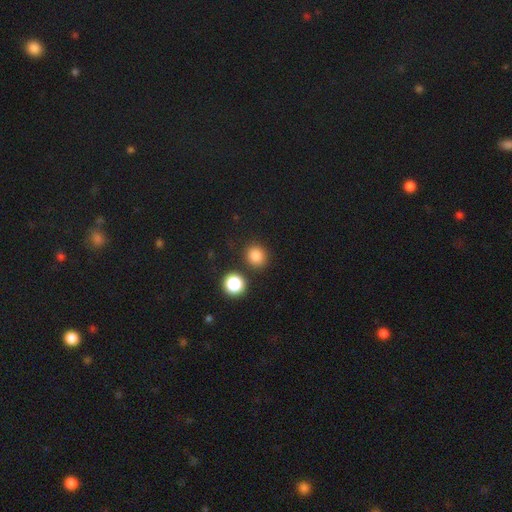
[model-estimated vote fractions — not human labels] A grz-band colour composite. It shows a smooth galaxy with no disk features (83%) that is round (80%). Merging: none (83%).